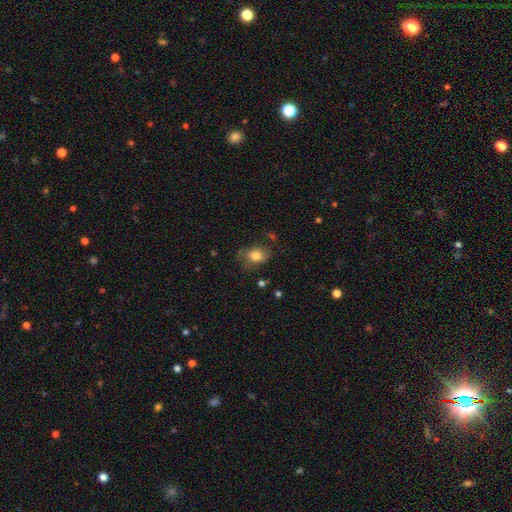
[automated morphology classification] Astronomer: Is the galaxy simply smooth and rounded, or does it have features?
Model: smooth — 78%.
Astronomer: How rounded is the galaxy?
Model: in between — 68%.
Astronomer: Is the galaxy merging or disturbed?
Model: none — 61%.